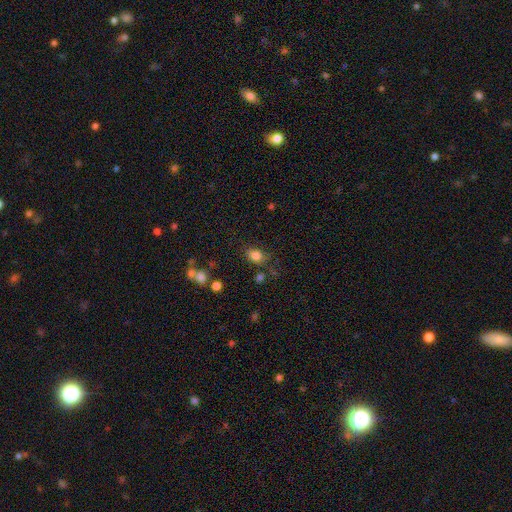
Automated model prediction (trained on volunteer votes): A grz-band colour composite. It shows a smooth galaxy with no disk features (82%) that is in between round and cigar-shaped (70%). Merging: none (71%).